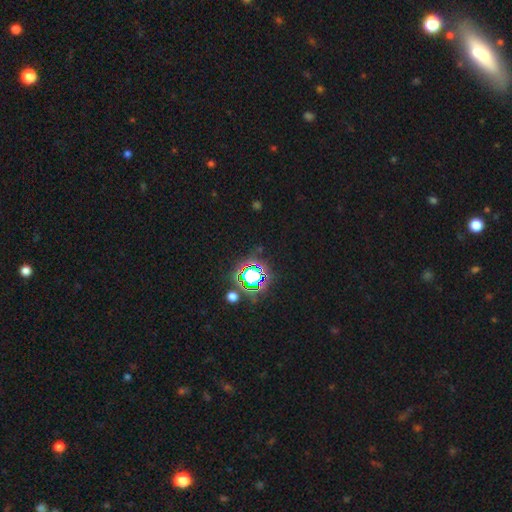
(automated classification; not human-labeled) Q: Smooth or featured?
A: star or artifact (80%); runner-up: smooth (12%)